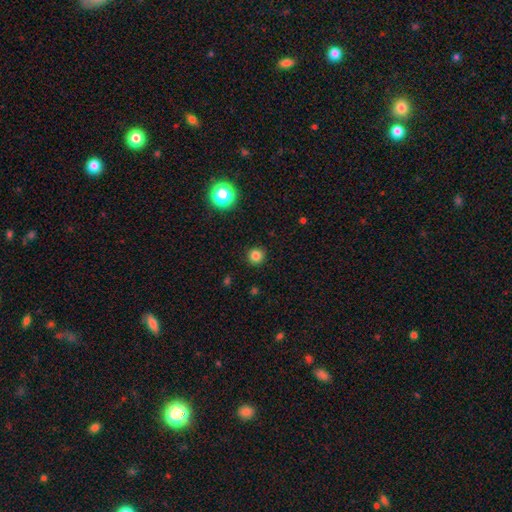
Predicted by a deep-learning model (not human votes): A smooth galaxy with no disk features (82%) that is round (94%). Merging: none (92%).